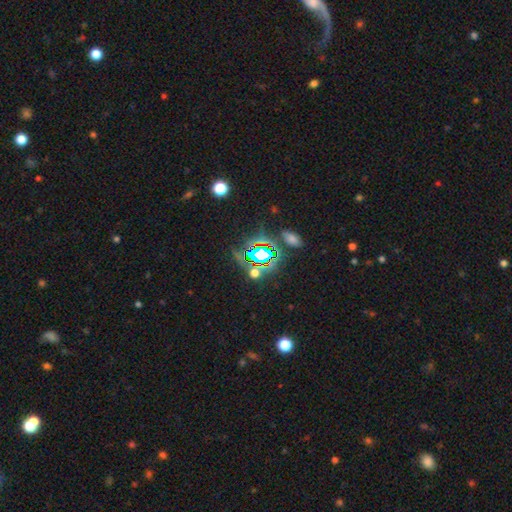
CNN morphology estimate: Overall: star or artifact (70%).